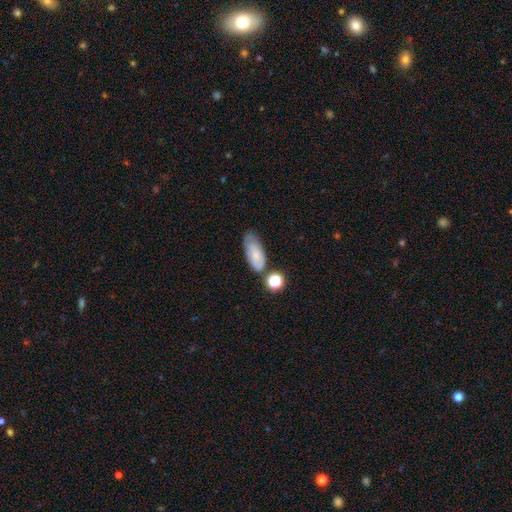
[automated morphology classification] Q: Smooth or featured?
A: smooth (67%); runner-up: featured or disk (23%)
Q: How rounded?
A: in between (84%); runner-up: cigar-shaped (13%)
Q: Merging?
A: none (51%); runner-up: minor disturbance (29%)